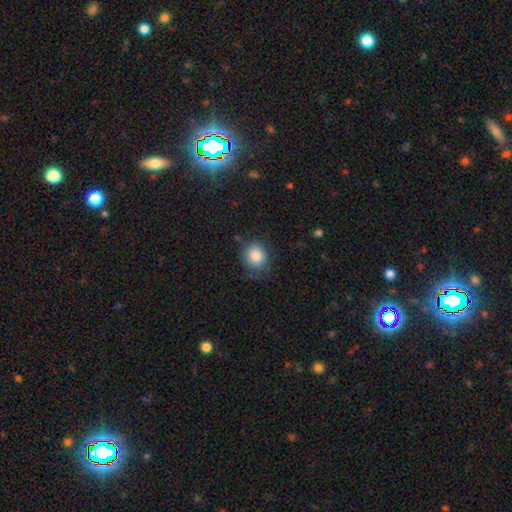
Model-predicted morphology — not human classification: The model was most divided on "merging": none: 73%, minor disturbance: 20%, major disturbance: 6%, merger: 2%. More confident: smooth or featured — smooth (83%); how rounded — round (78%).